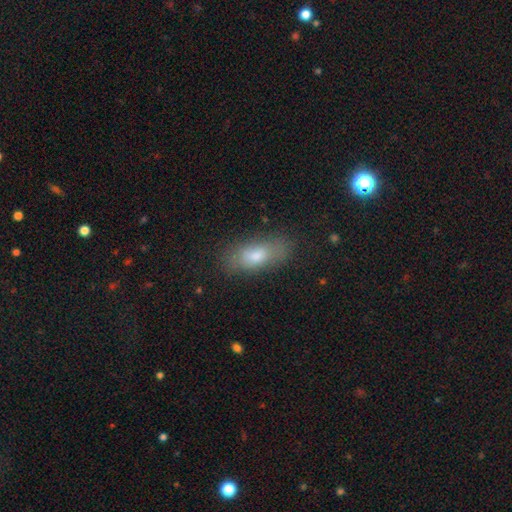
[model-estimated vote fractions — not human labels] Smooth or featured? Predicted: smooth (p=0.73). How rounded? Predicted: in between (p=0.79). Merging? Predicted: none (p=0.77).